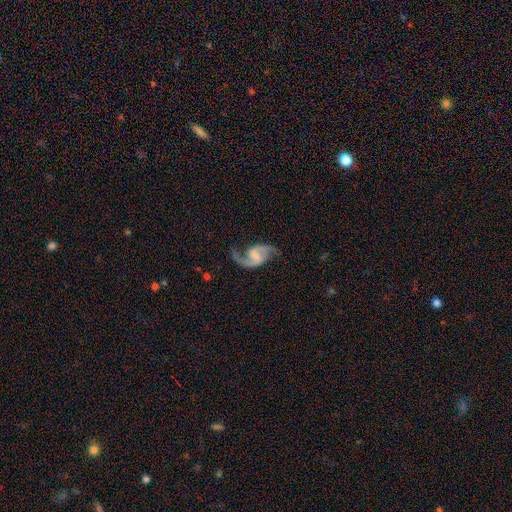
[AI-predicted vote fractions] Smooth or featured?
  - featured or disk: 90% *
  - smooth: 5%
  - star or artifact: 5%
Edge-on disk?
  - no: 98% *
  - yes: 2%
Bar?
  - weak: 55% *
  - strong: 25%
  - no: 20%
Spiral arms?
  - yes: 97% *
  - no: 3%
Spiral winding?
  - loose: 56% *
  - medium: 37%
  - tight: 7%
Spiral arm count?
  - 2: 93% *
  - 1: 3%
  - can't tell: 2%
  - 3: 1%
  - 4: 1%
  - more than 4: 1%
Bulge size?
  - small: 43% *
  - none: 28%
  - moderate: 24%
  - large: 3%
  - dominant: 1%
Merging?
  - none: 74% *
  - minor disturbance: 15%
  - major disturbance: 9%
  - merger: 2%